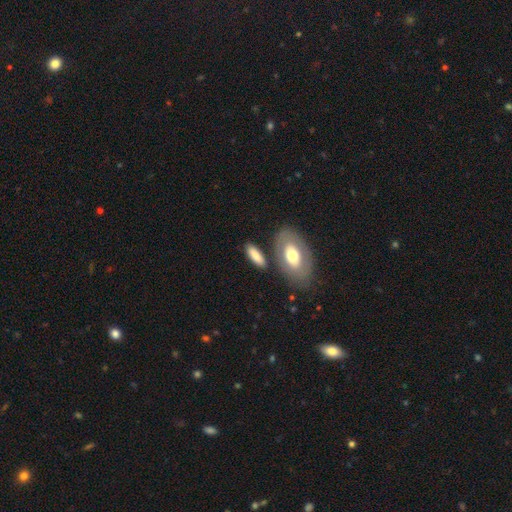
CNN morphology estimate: Smooth or featured?
  - smooth: 75% *
  - featured or disk: 19%
  - star or artifact: 6%
How rounded?
  - in between: 69% *
  - cigar-shaped: 28%
  - round: 3%
Merging?
  - none: 73% *
  - minor disturbance: 13%
  - merger: 9%
  - major disturbance: 4%